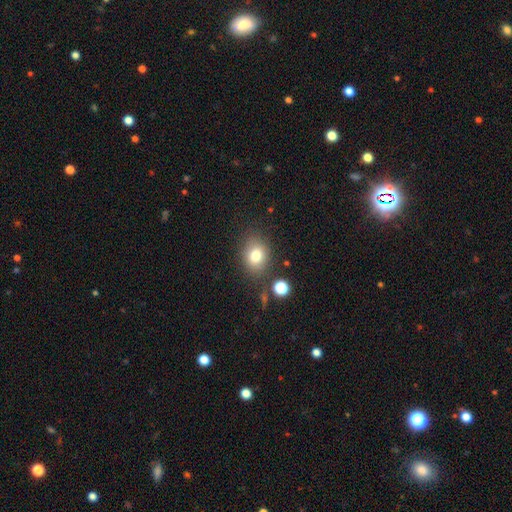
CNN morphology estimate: Smooth or featured? smooth (78%)
How rounded? round (52%)
Merging? none (78%)